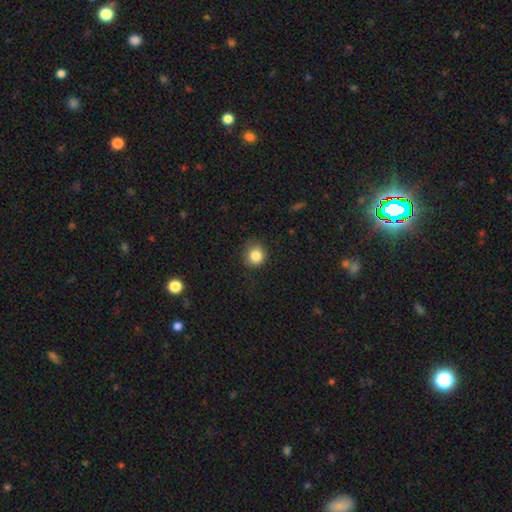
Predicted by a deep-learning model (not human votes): smooth_or_featured: smooth (p=0.84) [alt: star or artifact p=0.10]
how_rounded: round (p=0.87) [alt: in between p=0.12]
merging: none (p=0.80) [alt: minor disturbance p=0.15]